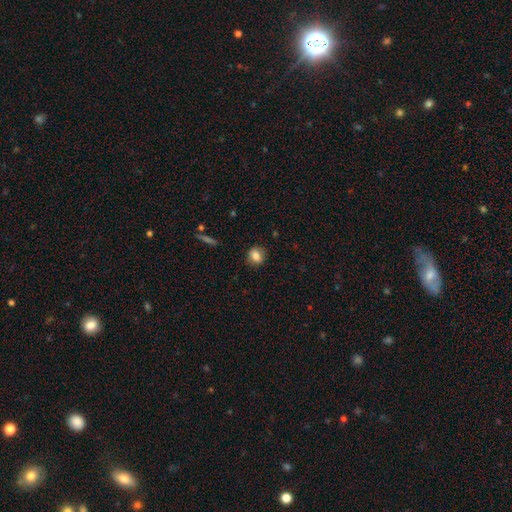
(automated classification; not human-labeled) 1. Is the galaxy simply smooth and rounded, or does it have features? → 83% smooth, 9% star or artifact, 8% featured or disk.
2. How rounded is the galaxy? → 61% round, 37% in between, 2% cigar-shaped.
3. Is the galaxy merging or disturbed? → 86% none, 10% minor disturbance, 3% major disturbance, 1% merger.